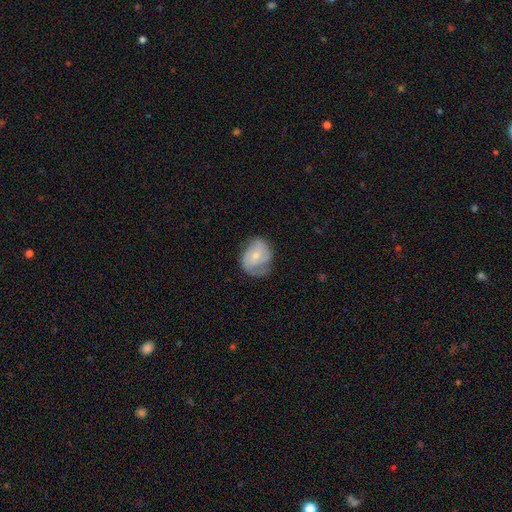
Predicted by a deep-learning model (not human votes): Overall: featured or disk (59%; smooth 34%). Edge-on disk: no (97%). Bar: no (64%; weak 30%). Spiral arms: yes (84%). Bulge size: small (59%; moderate 36%). Merging: none (54%; minor disturbance 29%).